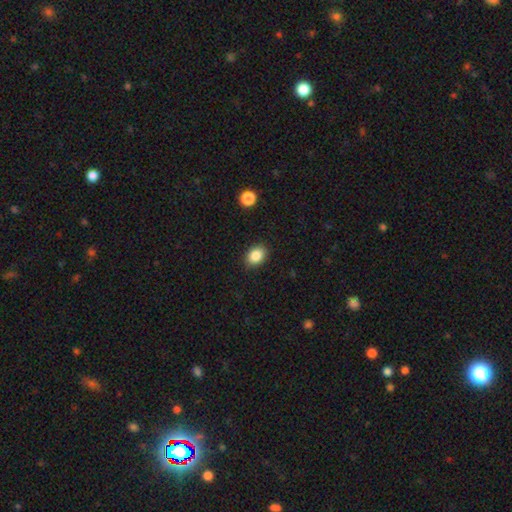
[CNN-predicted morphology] smooth 86%, star or artifact 9%, featured or disk 5%. Down the decision tree: how rounded — in between (64%); merging — none (86%).